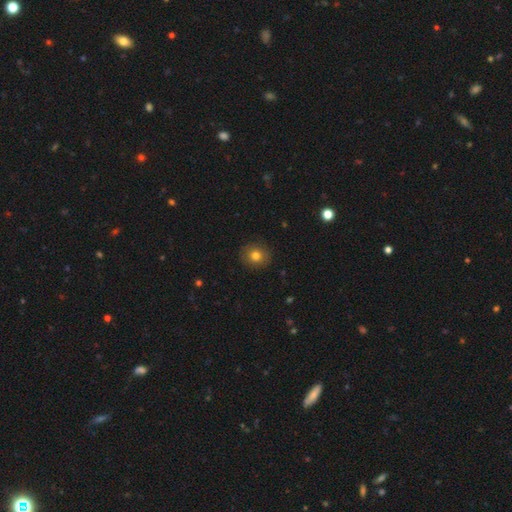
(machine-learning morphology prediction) The model was most divided on "smooth or featured": smooth: 78%, star or artifact: 12%, featured or disk: 10%. More confident: merging — none (90%); how rounded — round (85%).